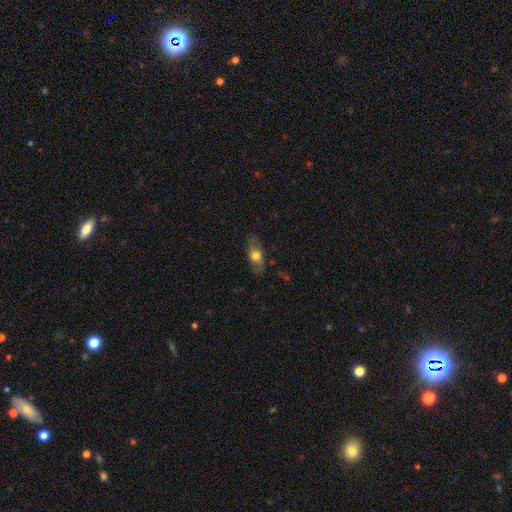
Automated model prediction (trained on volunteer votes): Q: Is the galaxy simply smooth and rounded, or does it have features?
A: smooth — 52%.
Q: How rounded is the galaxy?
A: in between — 69%.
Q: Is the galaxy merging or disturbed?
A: none — 76%.